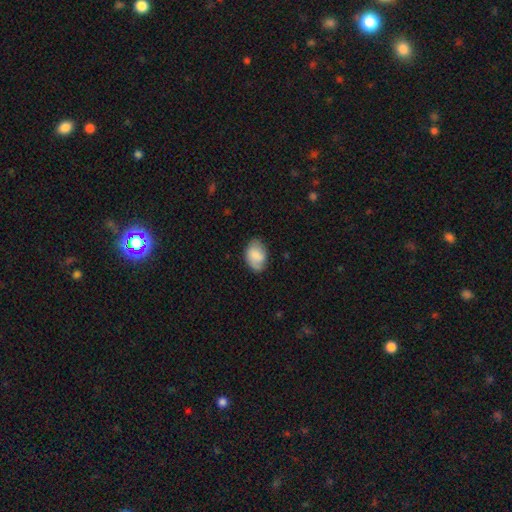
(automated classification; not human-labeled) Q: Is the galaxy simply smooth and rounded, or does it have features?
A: smooth — 75%.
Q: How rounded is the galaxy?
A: in between — 85%.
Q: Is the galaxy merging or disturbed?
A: none — 71%.